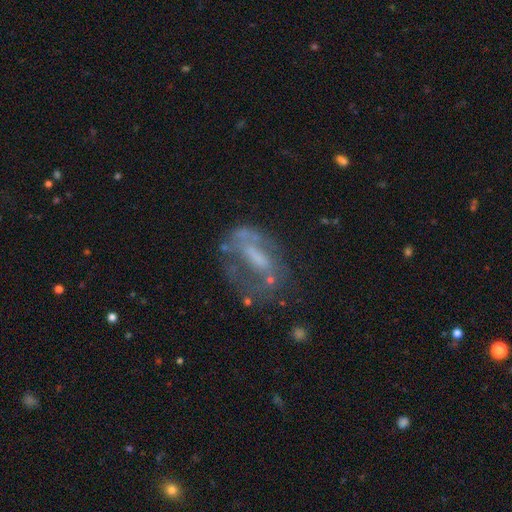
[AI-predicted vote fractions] Morphology: type=featured or disk (63%); edge-on=no (92%); bar=no (44%); spiral arms=no (63%); bulge=none (38%); merging=none (45%).